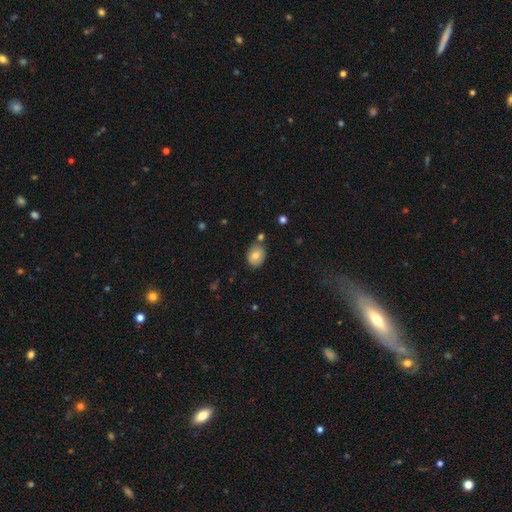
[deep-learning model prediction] Smooth or featured?
  - smooth: 76% *
  - featured or disk: 15%
  - star or artifact: 9%
How rounded?
  - in between: 60% *
  - round: 39%
  - cigar-shaped: 1%
Merging?
  - none: 74% *
  - minor disturbance: 15%
  - merger: 8%
  - major disturbance: 3%